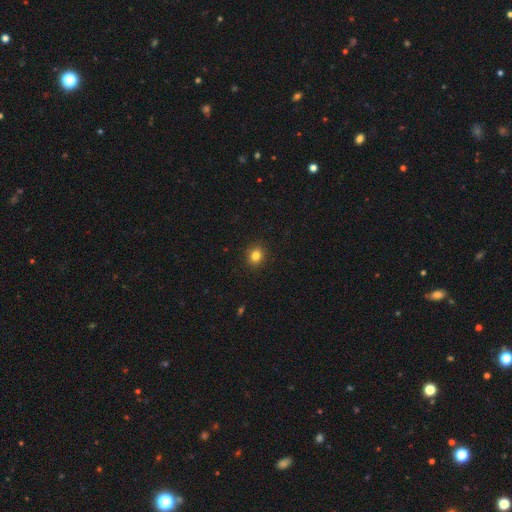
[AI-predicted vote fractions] Smooth or featured: smooth — 83% (star or artifact — 12%)
How rounded: round — 72% (in between — 27%)
Merging: none — 91% (minor disturbance — 7%)